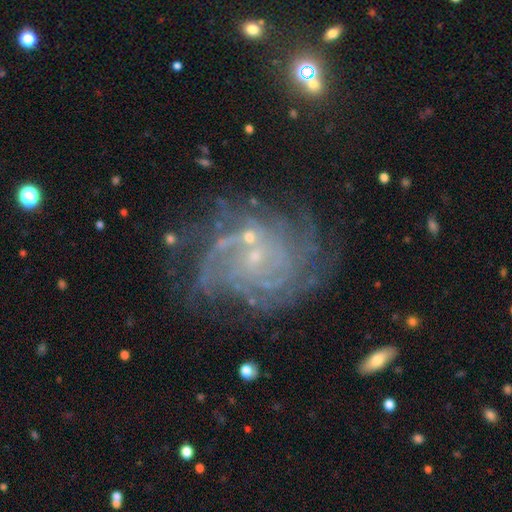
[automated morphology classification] This appears to be a featured or disk galaxy (84%) with no bar (69%), tight (66%) spiral arms (94%) and a small central bulge (83%). Merging: none (61%).